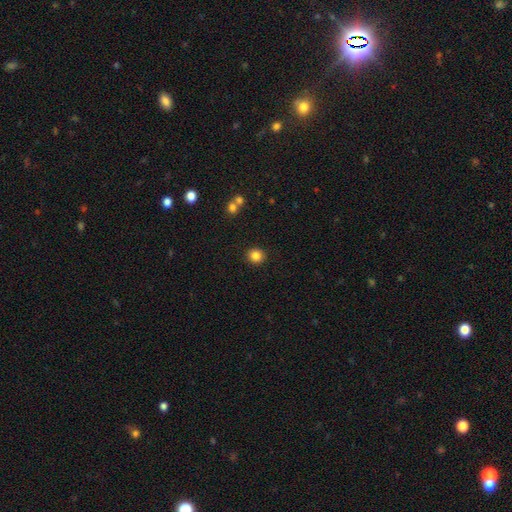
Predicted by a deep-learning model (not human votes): Smooth or featured?
  - smooth: 85% *
  - star or artifact: 11%
  - featured or disk: 5%
How rounded?
  - round: 90% *
  - in between: 9%
  - cigar-shaped: 1%
Merging?
  - none: 91% *
  - minor disturbance: 5%
  - merger: 2%
  - major disturbance: 2%